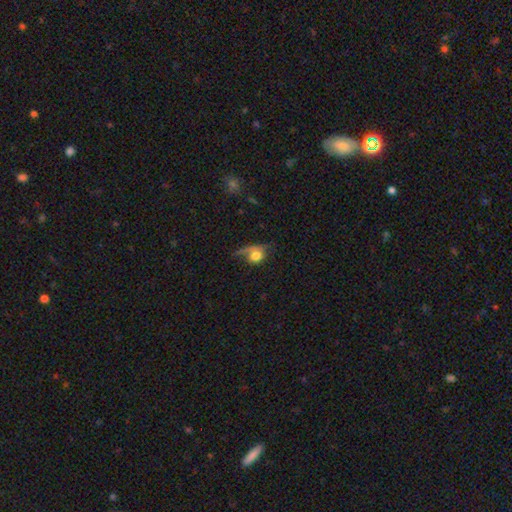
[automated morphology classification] A smooth galaxy with no disk features (67%) that is round (55%).

Vote fractions:
- Smooth or featured? smooth: 67% / featured or disk: 21% / star or artifact: 12%
- How rounded? round: 55% / in between: 42% / cigar-shaped: 3%
- Merging? major disturbance: 36% / none: 33% / minor disturbance: 23% / merger: 8%